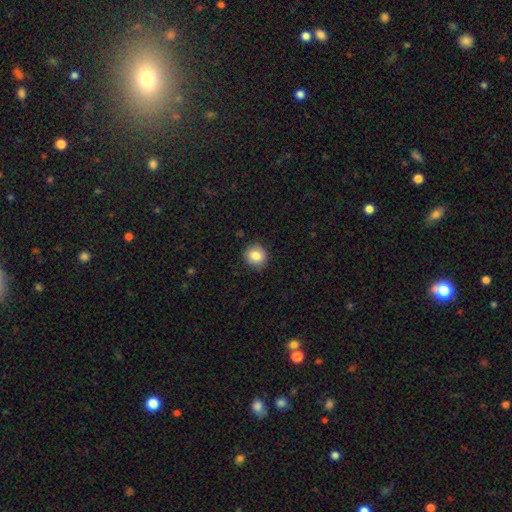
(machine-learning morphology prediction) Smooth or featured? smooth (83%)
How rounded? round (86%)
Merging? none (87%)